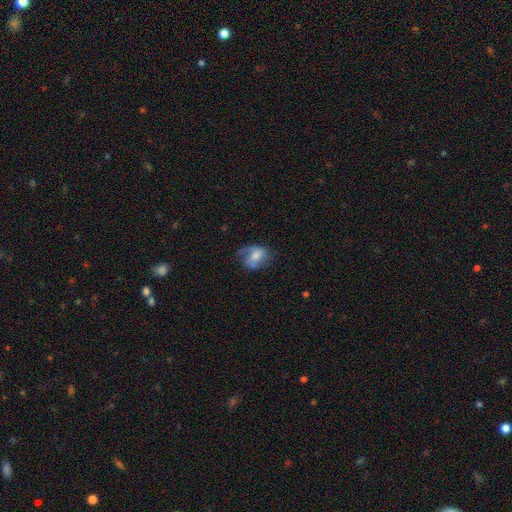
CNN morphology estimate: smooth-or-featured: featured or disk: 49% | smooth: 43% | star or artifact: 9%
  merging: none: 42% | minor disturbance: 28% | major disturbance: 27% | merger: 3%